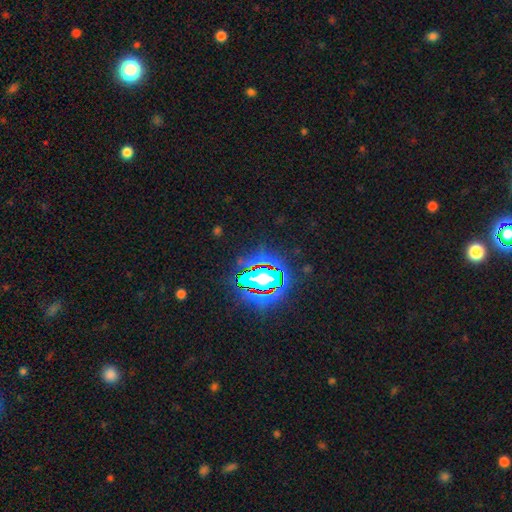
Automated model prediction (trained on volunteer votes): A star or artifact, not a galaxy (82%).